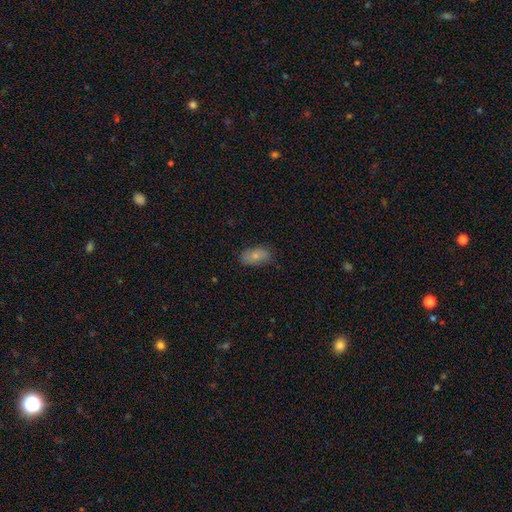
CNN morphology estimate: type=smooth (75%); roundness=in between (92%); merging=none (77%).